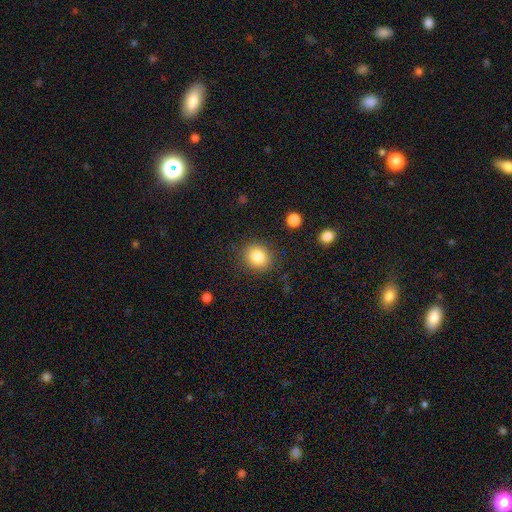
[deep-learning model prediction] smooth 84%, star or artifact 10%, featured or disk 7%. Down the decision tree: how rounded — round (74%); merging — none (86%).